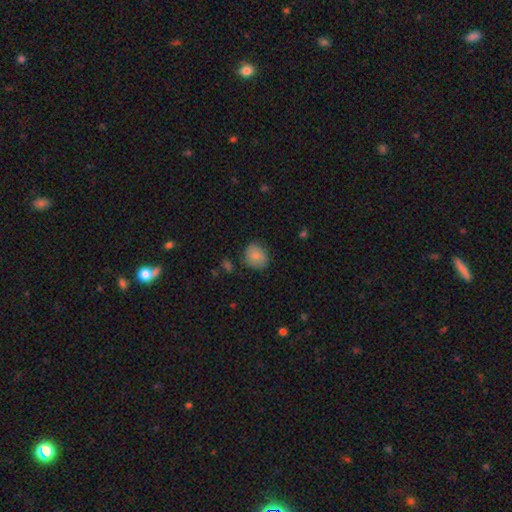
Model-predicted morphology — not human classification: A smooth galaxy with no disk features (81%) that is round (74%).

Vote fractions:
- Smooth or featured? smooth: 81% / featured or disk: 11% / star or artifact: 8%
- How rounded? round: 74% / in between: 25% / cigar-shaped: 1%
- Merging? none: 75% / minor disturbance: 18% / major disturbance: 4% / merger: 2%